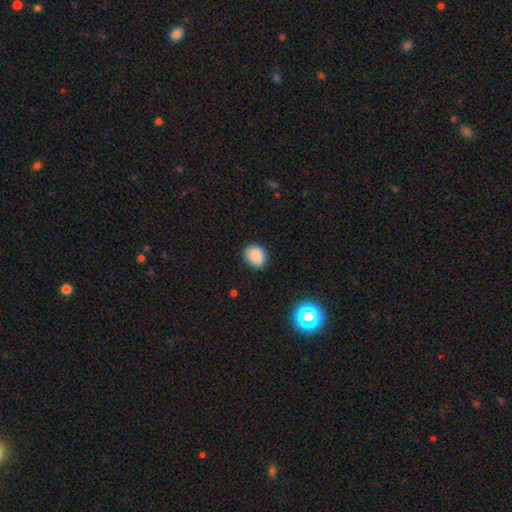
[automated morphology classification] The model was most divided on "how rounded": round: 57%, in between: 42%, cigar-shaped: 1%. More confident: smooth or featured — smooth (86%); merging — none (84%).